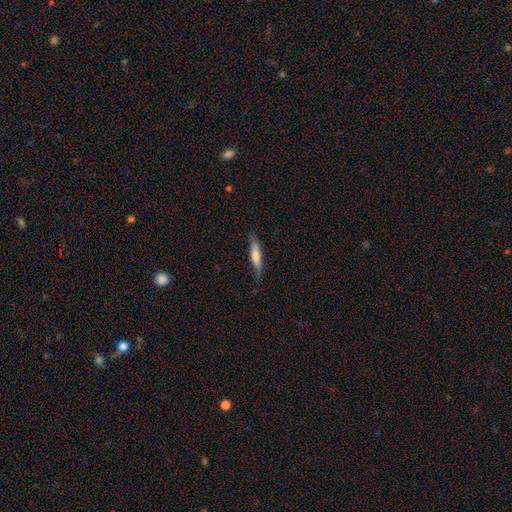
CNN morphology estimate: This appears to be a smooth galaxy with no disk features (62%) that is cigar-shaped (83%). Merging: none (71%).